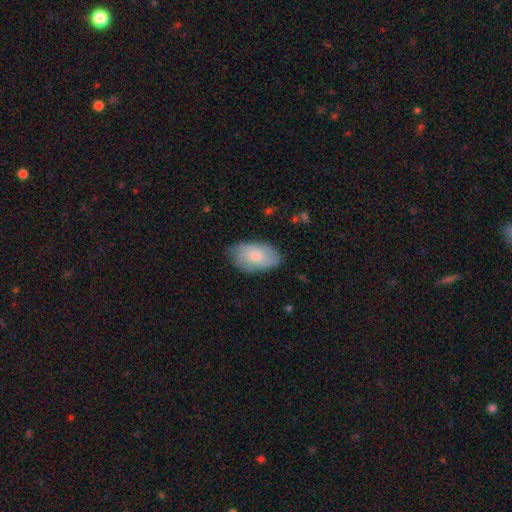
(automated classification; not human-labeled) Q: Smooth or featured?
A: smooth (55%); runner-up: featured or disk (38%)
Q: How rounded?
A: in between (92%); runner-up: round (6%)
Q: Merging?
A: none (67%); runner-up: minor disturbance (26%)